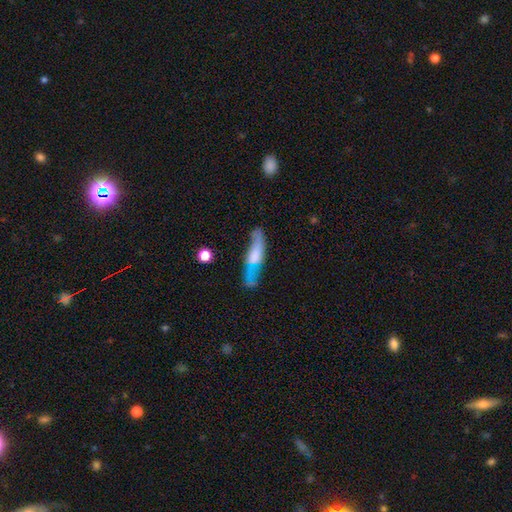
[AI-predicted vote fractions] A featured or disk galaxy (61%) viewed edge-on (52%). Merging: none (66%).